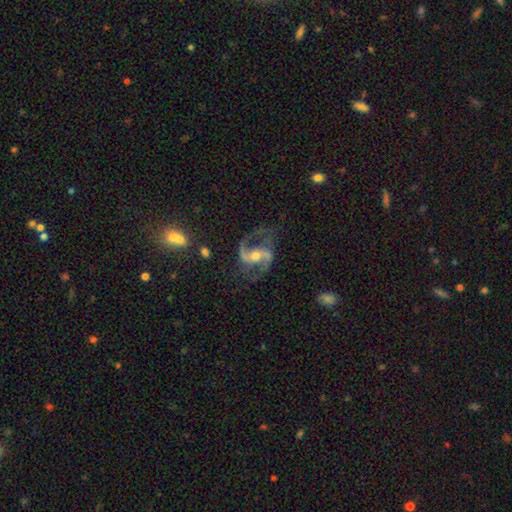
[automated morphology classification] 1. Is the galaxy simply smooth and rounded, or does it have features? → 92% featured or disk, 5% star or artifact, 3% smooth.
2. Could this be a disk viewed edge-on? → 98% no, 2% yes.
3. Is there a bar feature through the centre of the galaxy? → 40% weak, 33% no, 27% strong.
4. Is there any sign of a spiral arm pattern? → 98% yes, 2% no.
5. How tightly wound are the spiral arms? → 51% medium, 41% loose, 8% tight.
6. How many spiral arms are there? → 93% 2, 2% 1, 2% can't tell, 1% 3, 1% 4, 1% more than 4.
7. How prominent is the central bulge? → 66% moderate, 26% small, 5% large, 2% none, 1% dominant.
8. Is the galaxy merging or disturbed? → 69% none, 16% minor disturbance, 12% major disturbance, 2% merger.